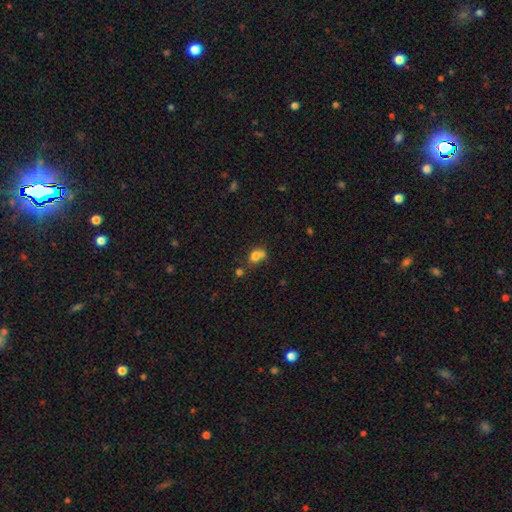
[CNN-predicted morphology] Overall: smooth (76%). How rounded: in between (50%; round 48%). Merging: merger (43%; none 34%).